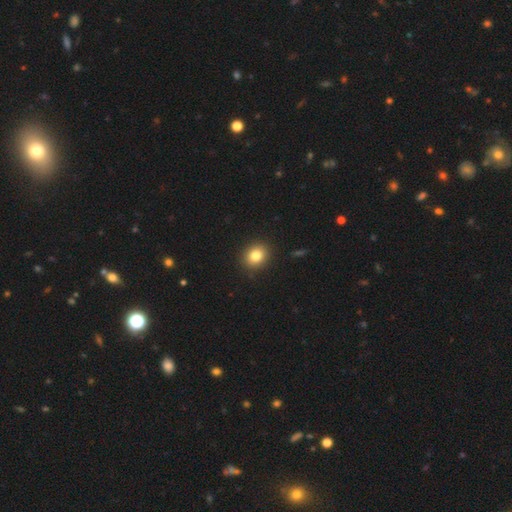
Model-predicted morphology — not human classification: A smooth galaxy with no disk features (82%) that is round (68%).

Vote fractions:
- Smooth or featured? smooth: 82% / star or artifact: 11% / featured or disk: 8%
- How rounded? round: 68% / in between: 31% / cigar-shaped: 1%
- Merging? none: 90% / minor disturbance: 7% / major disturbance: 2% / merger: 1%